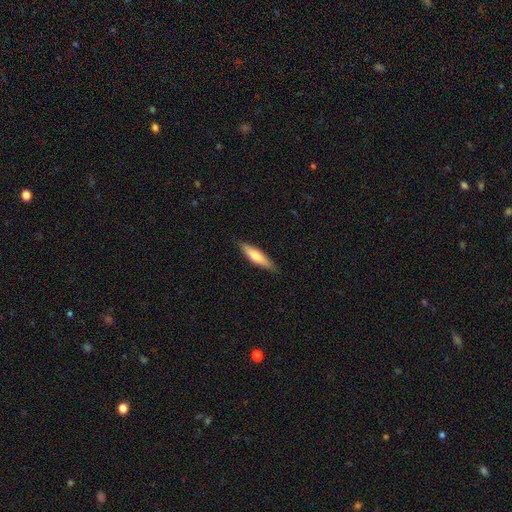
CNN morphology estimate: Smooth or featured? Predicted: smooth (p=0.64). How rounded? Predicted: cigar-shaped (p=0.75). Merging? Predicted: none (p=0.87).